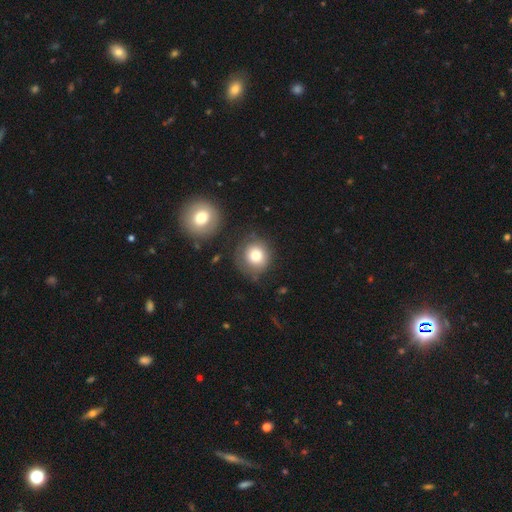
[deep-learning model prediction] Overall: smooth (78%). How rounded: round (89%). Merging: none (74%).